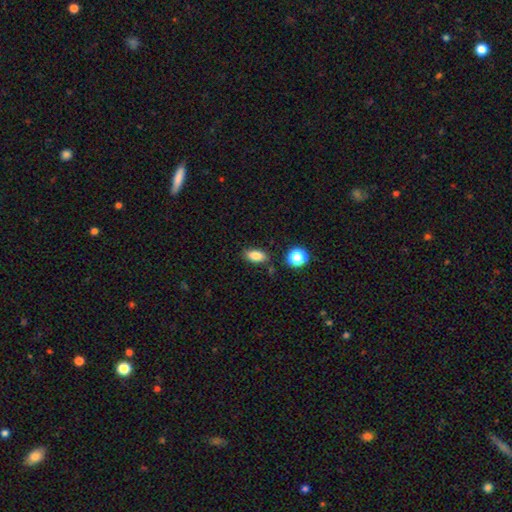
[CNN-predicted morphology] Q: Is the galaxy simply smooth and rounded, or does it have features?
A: smooth — 84%.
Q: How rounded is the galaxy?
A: in between — 85%.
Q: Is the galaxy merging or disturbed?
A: none — 80%.